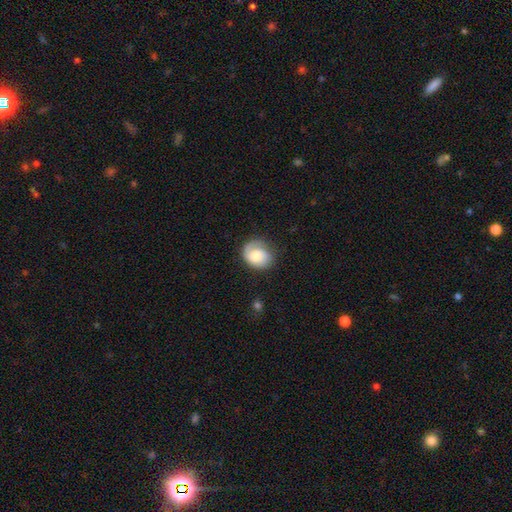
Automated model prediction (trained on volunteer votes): Smooth or featured?
  - smooth: 50% *
  - featured or disk: 43%
  - star or artifact: 7%
How rounded?
  - round: 61% *
  - in between: 38%
  - cigar-shaped: 1%
Merging?
  - none: 64% *
  - minor disturbance: 23%
  - major disturbance: 12%
  - merger: 2%